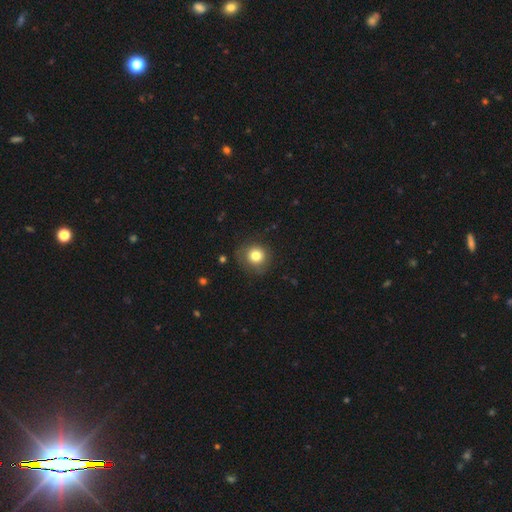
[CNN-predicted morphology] smooth 80%, star or artifact 11%, featured or disk 8%. Down the decision tree: how rounded — round (90%); merging — none (79%).